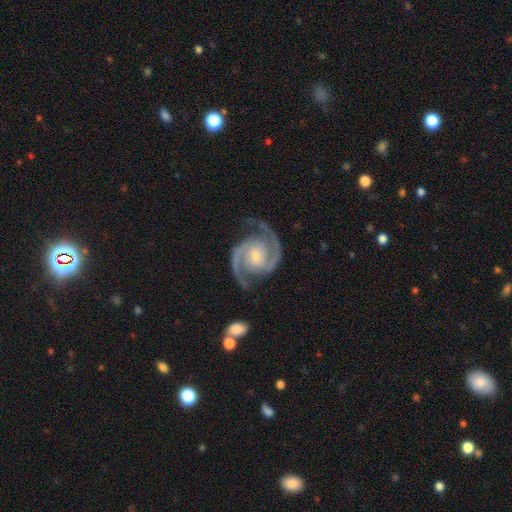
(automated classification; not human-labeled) featured or disk 94%, star or artifact 4%, smooth 2%. Down the decision tree: edge-on disk — no (98%); bar — no (53%); spiral arms — yes (99%); spiral arm count — 2 (94%); spiral winding — medium (54%); bulge size — small (61%); merging — none (81%).